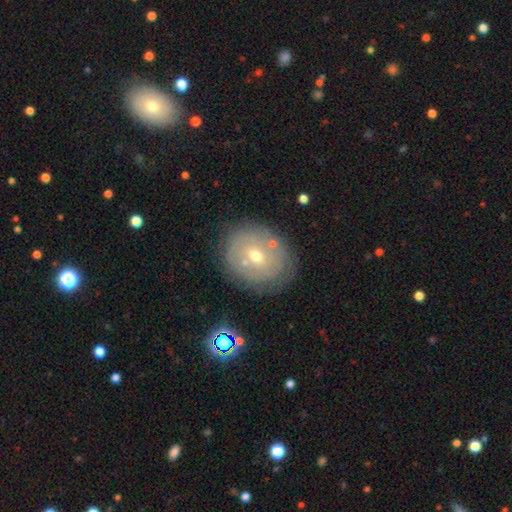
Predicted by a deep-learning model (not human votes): Smooth or featured?
  - featured or disk: 53% *
  - smooth: 35%
  - star or artifact: 12%
Edge-on disk?
  - no: 95% *
  - yes: 5%
Bar?
  - no: 65% *
  - weak: 28%
  - strong: 7%
Spiral arms?
  - no: 50% * (tied)
  - yes: 50% * (tied)
Bulge size?
  - small: 49% *
  - moderate: 47%
  - large: 2%
  - none: 1%
  - dominant: 1%
Merging?
  - none: 78% *
  - minor disturbance: 14%
  - major disturbance: 4%
  - merger: 4%